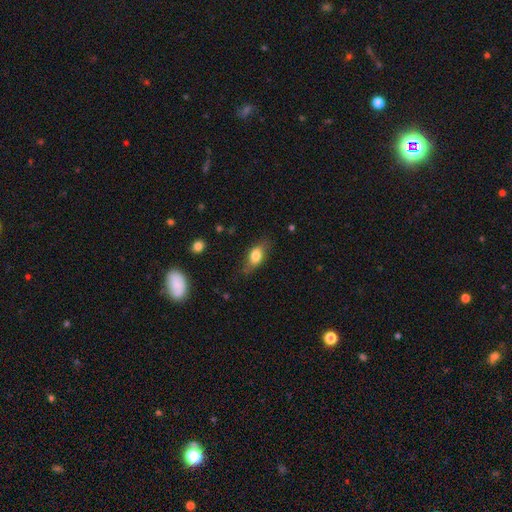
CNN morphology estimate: type=smooth (75%); roundness=in between (81%); merging=none (70%).